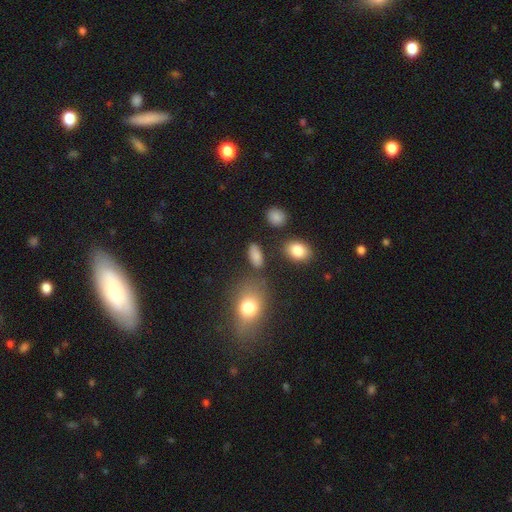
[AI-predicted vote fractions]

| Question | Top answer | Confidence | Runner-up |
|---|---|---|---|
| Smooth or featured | smooth | 82% | star or artifact (10%) |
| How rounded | in between | 85% | cigar-shaped (8%) |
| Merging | none | 77% | minor disturbance (13%) |